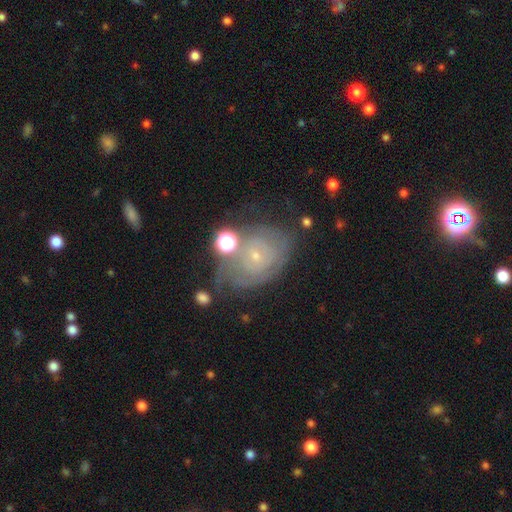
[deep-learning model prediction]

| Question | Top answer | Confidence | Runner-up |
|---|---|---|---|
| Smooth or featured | featured or disk | 73% | smooth (18%) |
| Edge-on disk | no | 97% | yes (3%) |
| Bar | no | 77% | weak (19%) |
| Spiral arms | yes | 84% | no (16%) |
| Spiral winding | tight | 71% | medium (21%) |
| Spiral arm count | can't tell | 53% | 2 (19%) |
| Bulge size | small | 81% | moderate (15%) |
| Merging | none | 52% | minor disturbance (24%) |